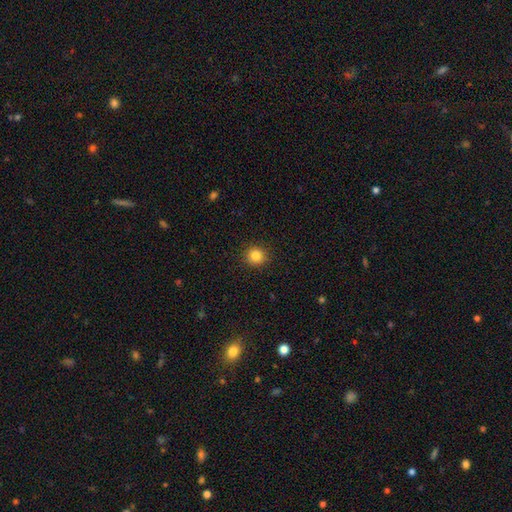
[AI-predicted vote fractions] The model was most divided on "smooth or featured": smooth: 84%, star or artifact: 11%, featured or disk: 5%. More confident: merging — none (91%); how rounded — round (90%).